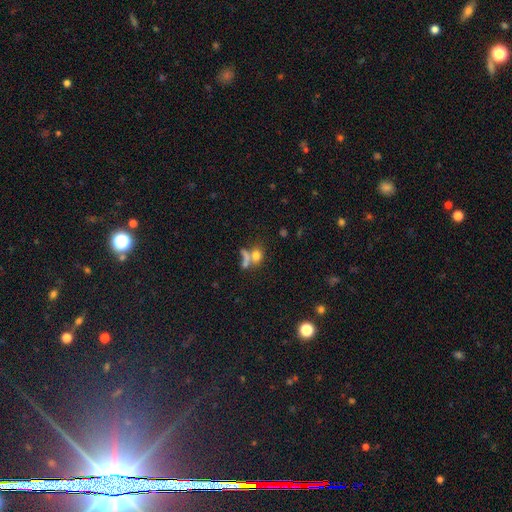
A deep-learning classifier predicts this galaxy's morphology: Smooth or featured: smooth — 70% (featured or disk — 16%)
How rounded: in between — 49% (round — 42%)
Merging: none — 42% (merger — 38%)